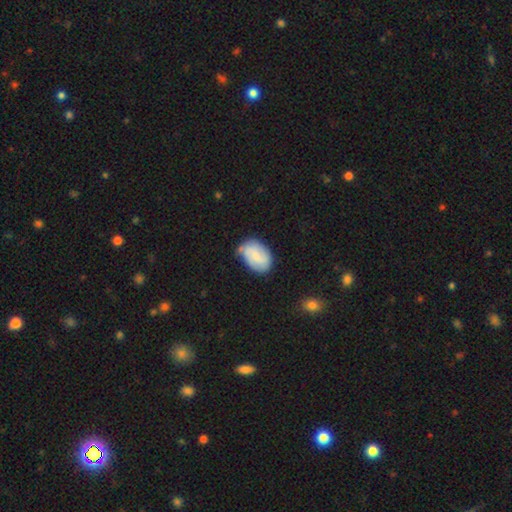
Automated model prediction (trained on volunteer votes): Smooth or featured? Predicted: featured or disk (p=0.47). Merging? Predicted: none (p=0.62).